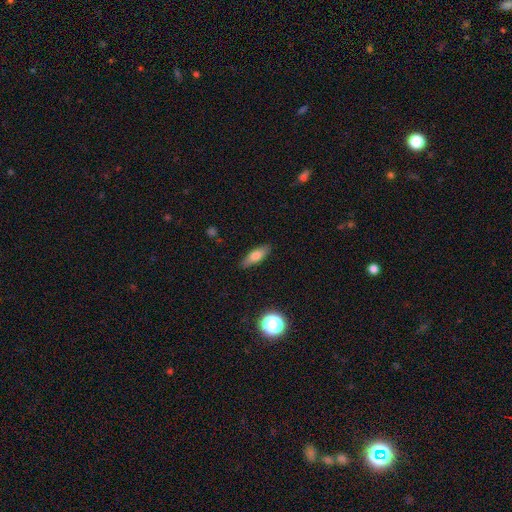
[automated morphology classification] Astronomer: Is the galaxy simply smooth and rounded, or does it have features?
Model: smooth — 69%.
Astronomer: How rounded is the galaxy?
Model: in between — 55% (runner-up: cigar-shaped, 41%).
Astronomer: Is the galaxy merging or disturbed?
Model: none — 86%.